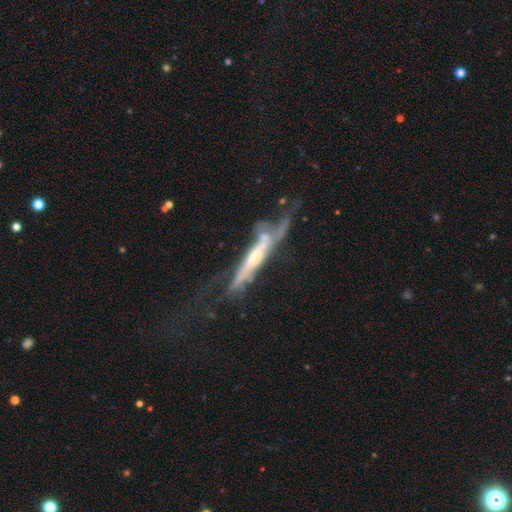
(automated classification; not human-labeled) Overall: featured or disk (73%). Edge-on disk: yes (73%). Edge-on bulge: rounded (55%; none 34%). Merging: none (31%; major disturbance 28%).